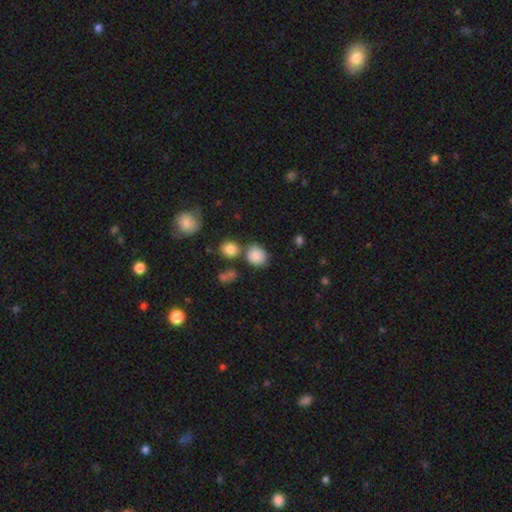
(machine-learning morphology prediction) Smooth or featured?
  - smooth: 85% *
  - star or artifact: 9%
  - featured or disk: 5%
How rounded?
  - round: 76% *
  - in between: 23%
  - cigar-shaped: 1%
Merging?
  - none: 66% *
  - merger: 17%
  - minor disturbance: 13%
  - major disturbance: 4%